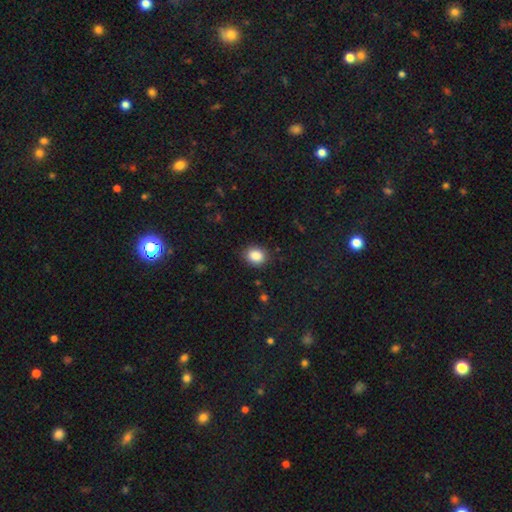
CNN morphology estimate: smooth_or_featured: smooth (p=0.87) [alt: star or artifact p=0.09]
how_rounded: round (p=0.54) [alt: in between p=0.45]
merging: none (p=0.85) [alt: minor disturbance p=0.11]